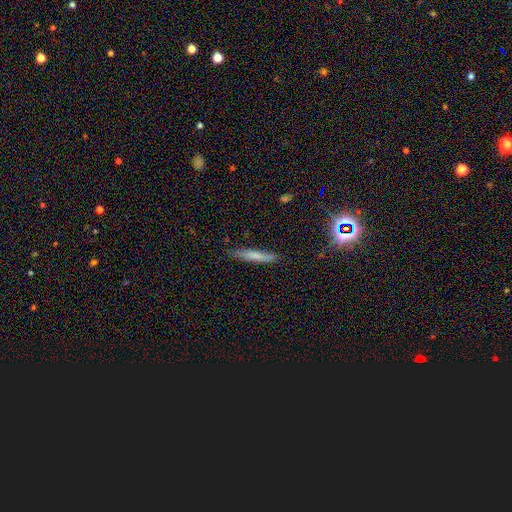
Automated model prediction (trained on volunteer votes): smooth-or-featured: smooth: 70% | featured or disk: 21% | star or artifact: 10%
  how-rounded: cigar-shaped: 93% | in between: 6% | round: 2%
  merging: none: 83% | minor disturbance: 13% | major disturbance: 2% | merger: 2%